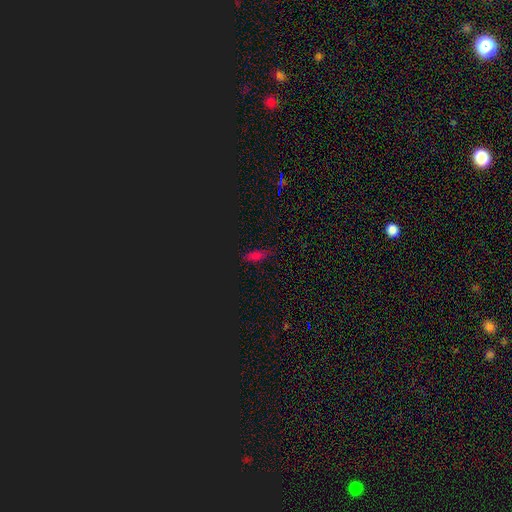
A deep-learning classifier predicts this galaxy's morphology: Smooth or featured? Predicted: smooth (p=0.58). How rounded? Predicted: in between (p=0.71). Merging? Predicted: none (p=0.76).